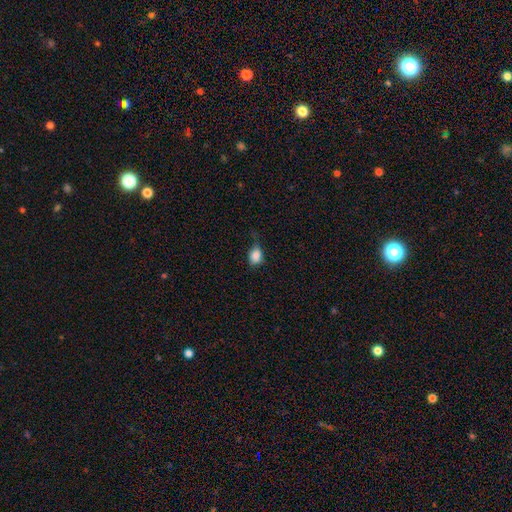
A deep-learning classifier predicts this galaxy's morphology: A smooth galaxy with no disk features (85%) that is in between round and cigar-shaped (58%).

Vote fractions:
- Smooth or featured? smooth: 85% / star or artifact: 9% / featured or disk: 6%
- How rounded? in between: 58% / round: 40% / cigar-shaped: 2%
- Merging? none: 43% / minor disturbance: 37% / major disturbance: 17% / merger: 3%